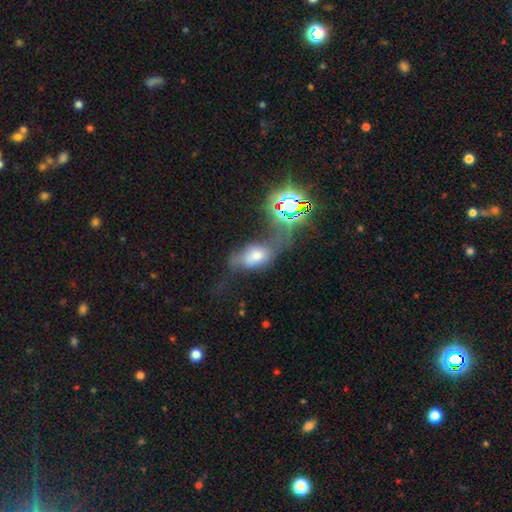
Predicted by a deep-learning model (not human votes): Smooth or featured: smooth — 43% (featured or disk — 36%)
Merging: major disturbance — 34% (none — 24%)